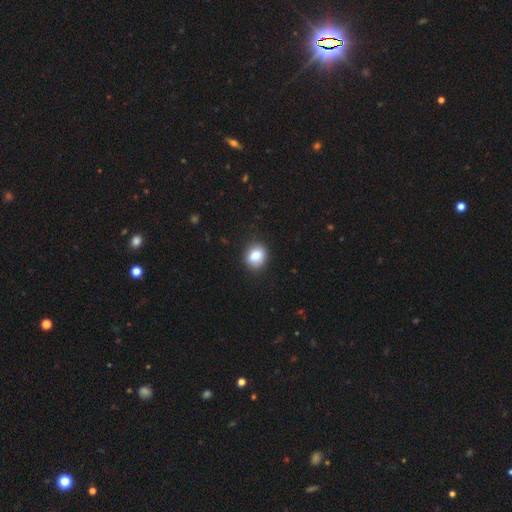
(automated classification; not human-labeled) Smooth or featured?
  - smooth: 85% *
  - star or artifact: 9%
  - featured or disk: 7%
How rounded?
  - round: 59% *
  - in between: 40%
  - cigar-shaped: 1%
Merging?
  - none: 85% *
  - minor disturbance: 11%
  - major disturbance: 3%
  - merger: 1%